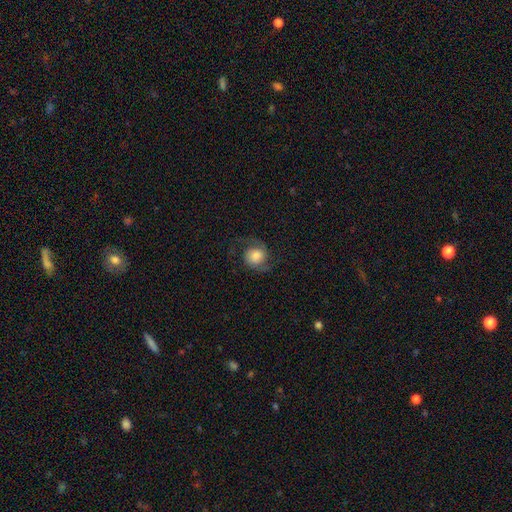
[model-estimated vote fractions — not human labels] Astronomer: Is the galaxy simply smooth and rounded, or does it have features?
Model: featured or disk — 71%.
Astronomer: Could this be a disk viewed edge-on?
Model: no — 98%.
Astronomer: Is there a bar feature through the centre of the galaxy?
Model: no — 73%.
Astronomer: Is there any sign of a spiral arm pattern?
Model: yes — 95%.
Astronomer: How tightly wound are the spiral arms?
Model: medium — 45% (runner-up: loose, 42%).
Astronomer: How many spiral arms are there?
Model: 2 — 93%.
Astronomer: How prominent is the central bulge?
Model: large — 34% (runner-up: moderate, 31%).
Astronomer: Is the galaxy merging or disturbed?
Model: none — 75%.